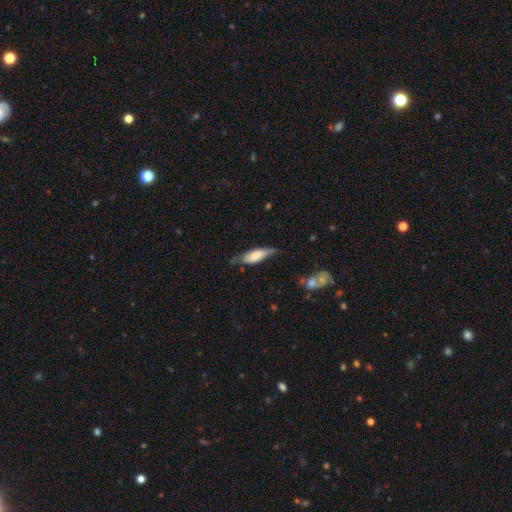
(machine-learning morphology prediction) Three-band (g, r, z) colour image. It shows a smooth galaxy with no disk features (64%) that is in between round and cigar-shaped (56%). Merging: none (56%).